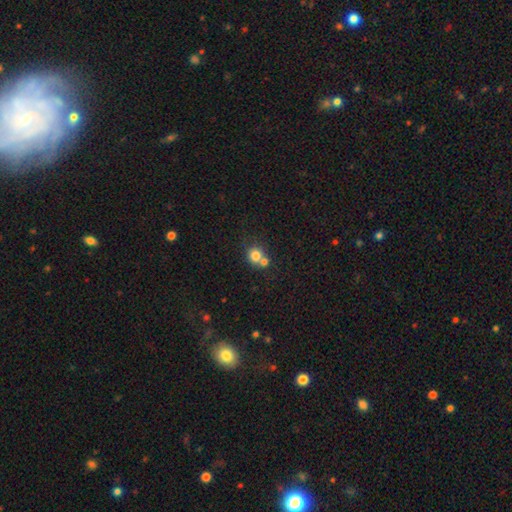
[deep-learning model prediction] This appears to be a smooth galaxy with no disk features (78%) that is round (85%). Merging: none (46%).